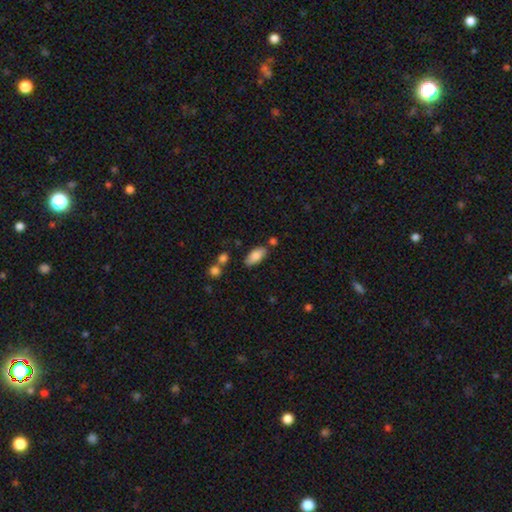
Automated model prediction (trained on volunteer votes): Smooth or featured: smooth — 84% (featured or disk — 9%)
How rounded: in between — 88% (cigar-shaped — 9%)
Merging: none — 76% (minor disturbance — 14%)